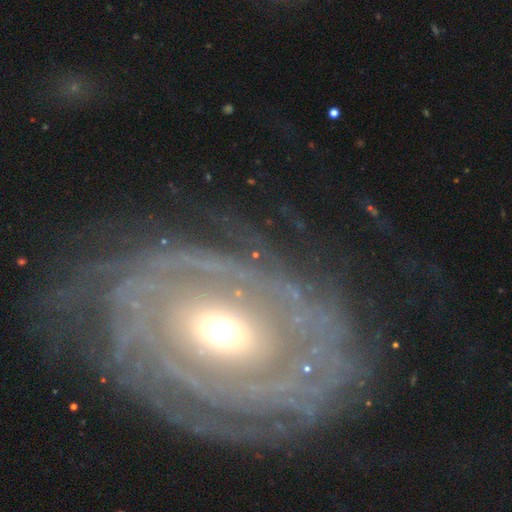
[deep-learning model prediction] The model was most divided on "spiral arms": yes: 64%, no: 36%. More confident: edge-on disk — no (89%); smooth or featured — featured or disk (65%); merging — none (65%); bar — no (64%); bulge size — moderate (54%).